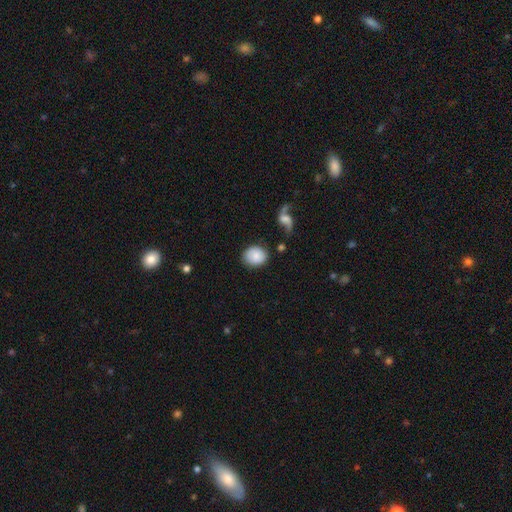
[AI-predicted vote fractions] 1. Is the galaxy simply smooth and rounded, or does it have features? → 80% smooth, 13% featured or disk, 8% star or artifact.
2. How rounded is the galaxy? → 64% round, 35% in between, 1% cigar-shaped.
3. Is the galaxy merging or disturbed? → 72% none, 18% minor disturbance, 5% major disturbance, 5% merger.